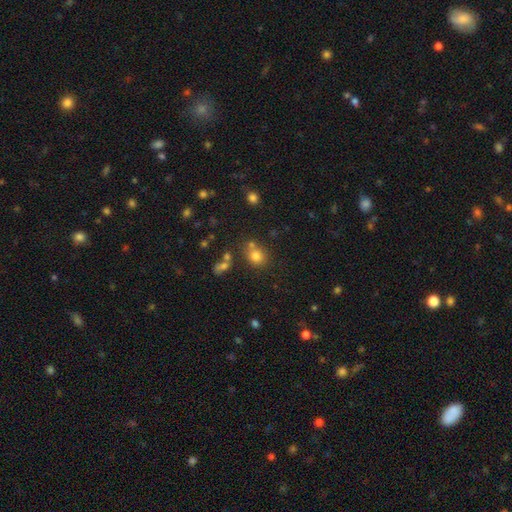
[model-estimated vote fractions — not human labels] This appears to be a smooth galaxy with no disk features (75%) that is round (73%). Merging: none (64%).